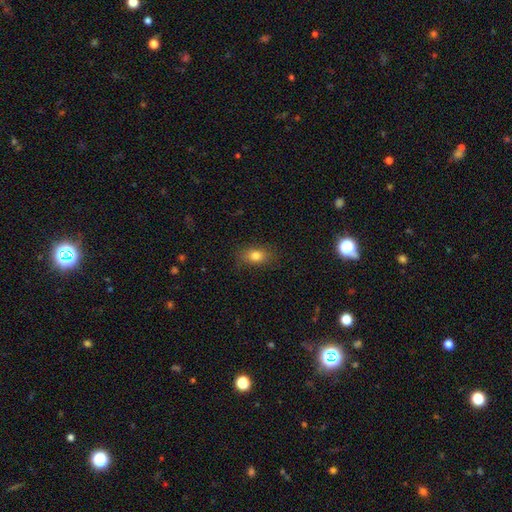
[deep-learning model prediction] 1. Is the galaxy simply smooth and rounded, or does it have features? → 81% smooth, 10% star or artifact, 9% featured or disk.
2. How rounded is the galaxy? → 76% in between, 21% round, 3% cigar-shaped.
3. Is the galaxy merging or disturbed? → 83% none, 13% minor disturbance, 3% major disturbance, 1% merger.